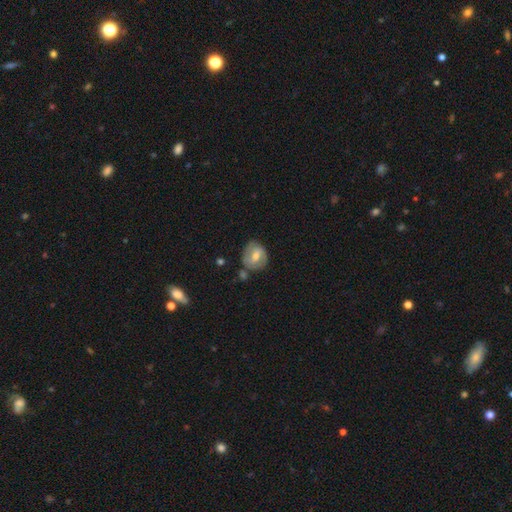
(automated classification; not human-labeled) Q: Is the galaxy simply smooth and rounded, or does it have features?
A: smooth — 50%.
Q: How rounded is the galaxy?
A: round — 61%.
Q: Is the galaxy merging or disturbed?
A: none — 68%.